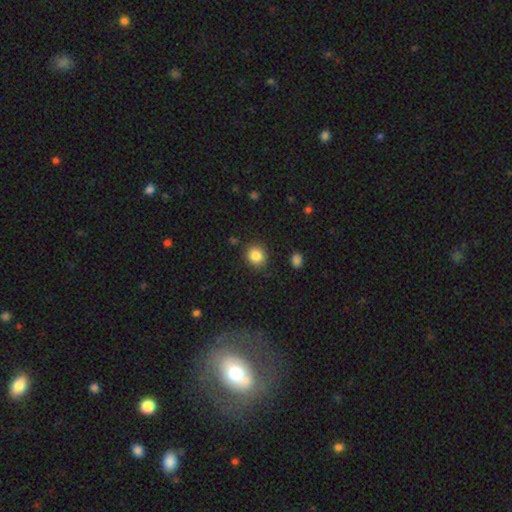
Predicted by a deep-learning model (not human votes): smooth_or_featured: smooth (p=0.85) [alt: star or artifact p=0.10]
how_rounded: round (p=0.81) [alt: in between p=0.18]
merging: none (p=0.86) [alt: minor disturbance p=0.09]